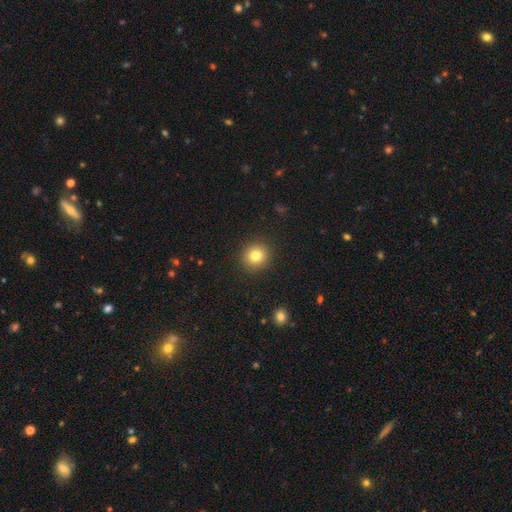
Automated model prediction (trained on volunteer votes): smooth-or-featured: smooth: 80% | star or artifact: 12% | featured or disk: 8%
  how-rounded: round: 89% | in between: 10% | cigar-shaped: 1%
  merging: none: 90% | minor disturbance: 6% | major disturbance: 2% | merger: 1%